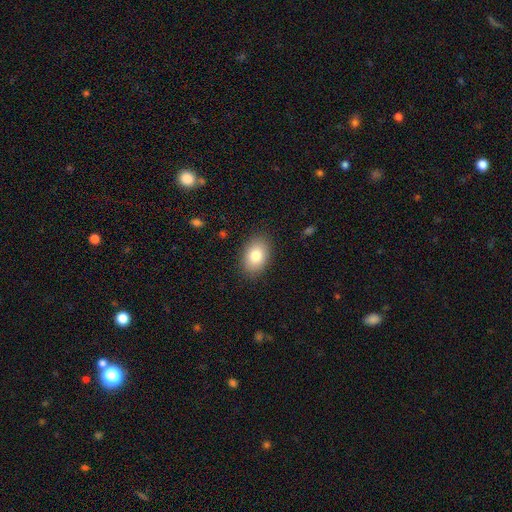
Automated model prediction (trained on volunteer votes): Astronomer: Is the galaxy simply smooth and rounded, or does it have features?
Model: smooth — 82%.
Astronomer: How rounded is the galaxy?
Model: in between — 85%.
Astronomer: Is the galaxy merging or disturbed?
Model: none — 87%.